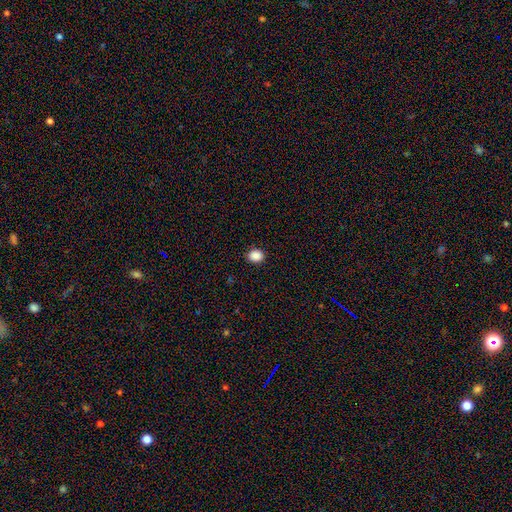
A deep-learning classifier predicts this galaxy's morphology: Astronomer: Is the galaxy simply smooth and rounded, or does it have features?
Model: smooth — 88%.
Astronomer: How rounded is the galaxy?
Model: round — 61% (runner-up: in between, 38%).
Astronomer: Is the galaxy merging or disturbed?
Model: none — 91%.